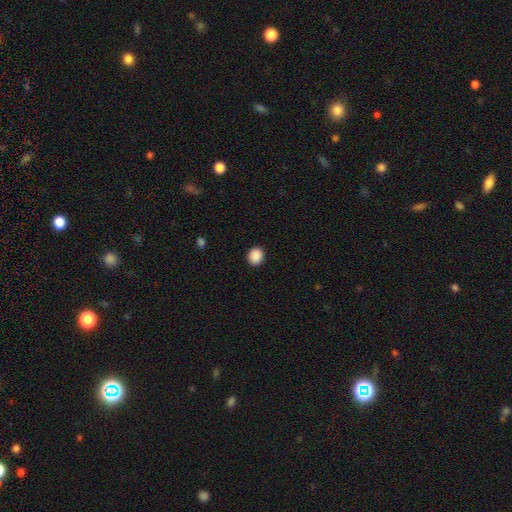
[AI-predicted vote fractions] Overall: smooth (89%). How rounded: round (76%). Merging: none (92%).